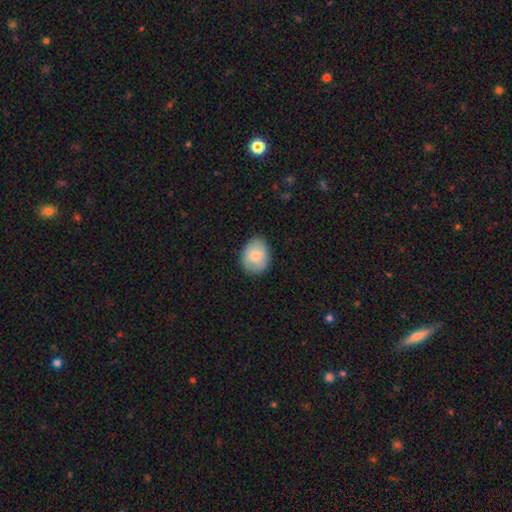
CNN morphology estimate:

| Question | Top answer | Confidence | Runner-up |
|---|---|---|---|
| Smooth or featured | smooth | 76% | featured or disk (17%) |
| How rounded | in between | 58% | round (41%) |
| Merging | none | 79% | minor disturbance (16%) |